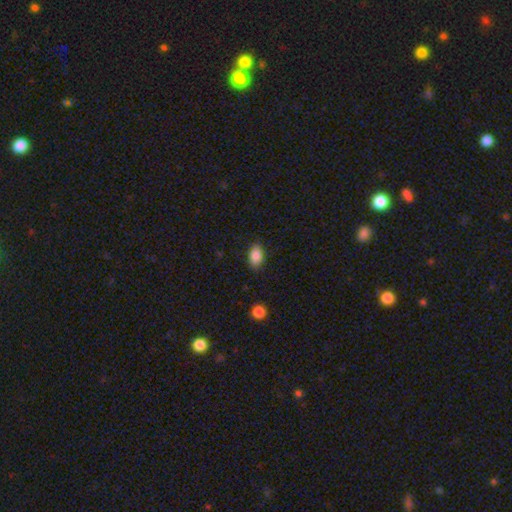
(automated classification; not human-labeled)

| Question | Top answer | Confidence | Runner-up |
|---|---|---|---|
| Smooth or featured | smooth | 86% | star or artifact (8%) |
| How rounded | in between | 87% | round (11%) |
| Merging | none | 85% | minor disturbance (11%) |